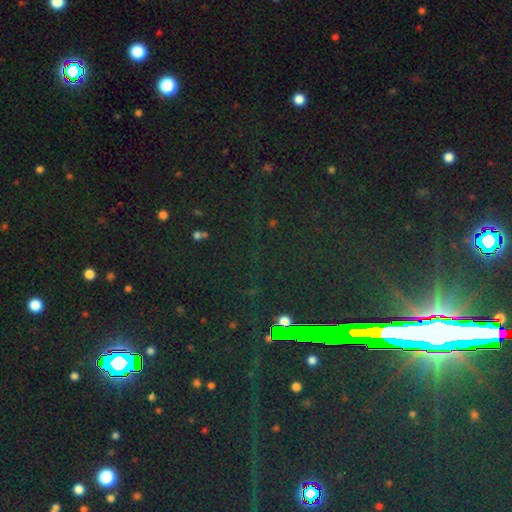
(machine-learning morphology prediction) smooth-or-featured: star or artifact: 83% | smooth: 9% | featured or disk: 8%